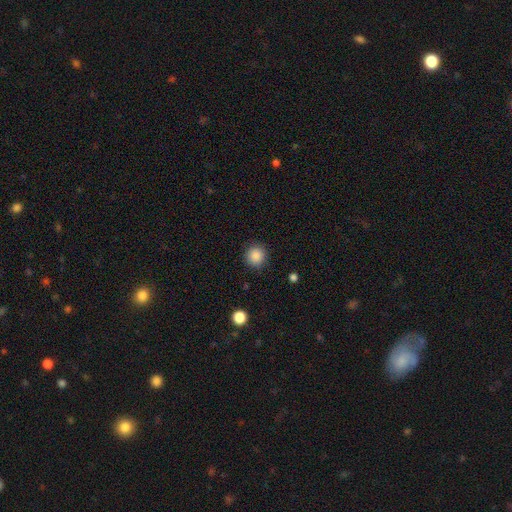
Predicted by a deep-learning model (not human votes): smooth-or-featured: smooth: 87% | star or artifact: 10% | featured or disk: 3%
  how-rounded: round: 92% | in between: 7% | cigar-shaped: 1%
  merging: none: 89% | minor disturbance: 7% | major disturbance: 2% | merger: 1%